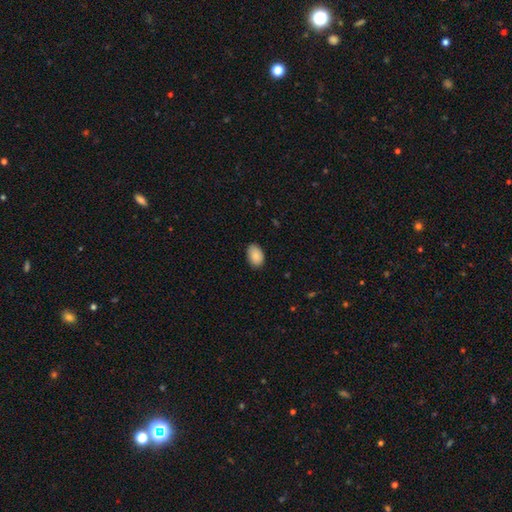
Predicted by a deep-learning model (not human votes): The model was most divided on "merging": none: 82%, minor disturbance: 15%, major disturbance: 2%, merger: 1%. More confident: smooth or featured — smooth (88%); how rounded — in between (87%).